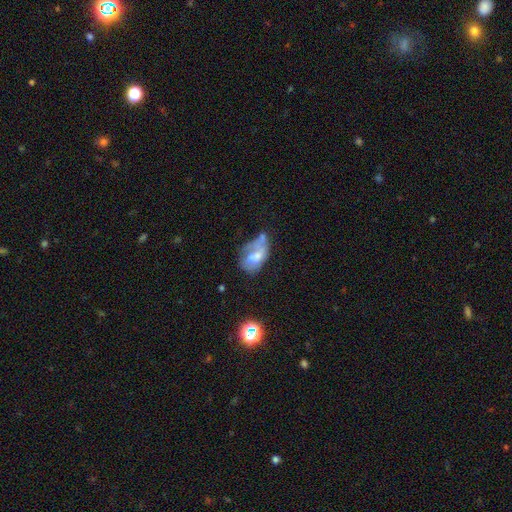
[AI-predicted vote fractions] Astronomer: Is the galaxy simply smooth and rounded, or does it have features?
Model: featured or disk — 46% (runner-up: smooth, 44%).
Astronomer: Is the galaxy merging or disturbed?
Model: merger — 31% (runner-up: major disturbance, 25%).